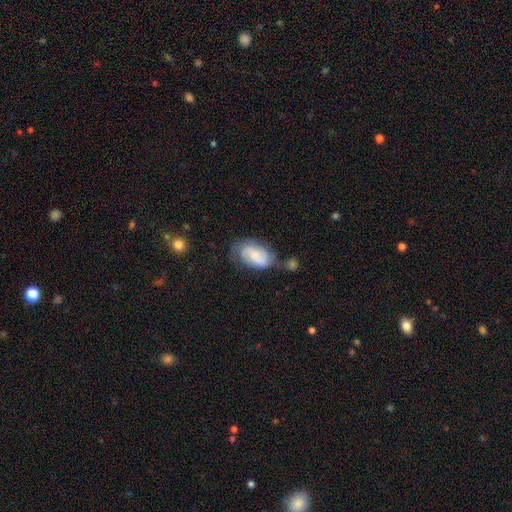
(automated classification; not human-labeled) Smooth or featured?
  - featured or disk: 54% *
  - smooth: 38%
  - star or artifact: 8%
Edge-on disk?
  - no: 96% *
  - yes: 4%
Bar?
  - no: 48% *
  - weak: 41%
  - strong: 10%
Spiral arms?
  - yes: 88% *
  - no: 12%
Bulge size?
  - small: 48% *
  - moderate: 24%
  - none: 20%
  - large: 6%
  - dominant: 2%
Merging?
  - none: 49% *
  - minor disturbance: 27%
  - major disturbance: 14%
  - merger: 10%